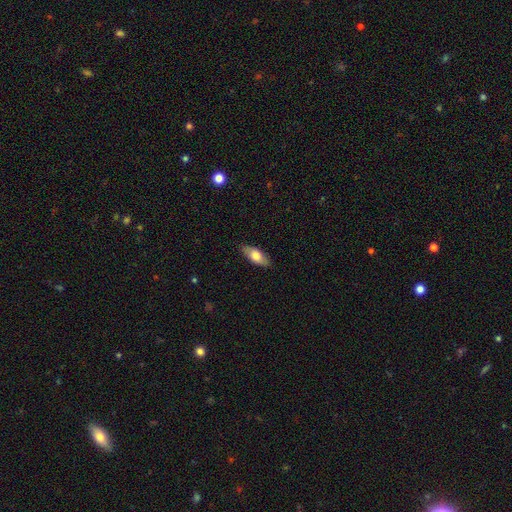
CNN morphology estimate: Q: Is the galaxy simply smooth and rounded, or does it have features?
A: smooth — 71%.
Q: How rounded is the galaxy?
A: in between — 80%.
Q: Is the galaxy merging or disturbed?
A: none — 85%.